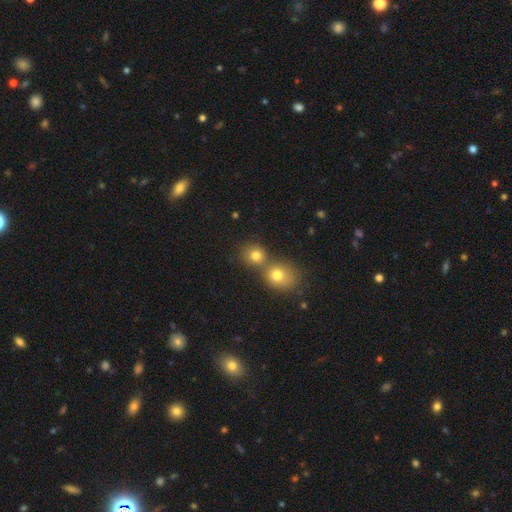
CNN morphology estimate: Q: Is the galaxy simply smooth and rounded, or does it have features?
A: smooth — 78%.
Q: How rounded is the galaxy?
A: round — 82%.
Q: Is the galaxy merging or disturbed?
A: merger — 47%.